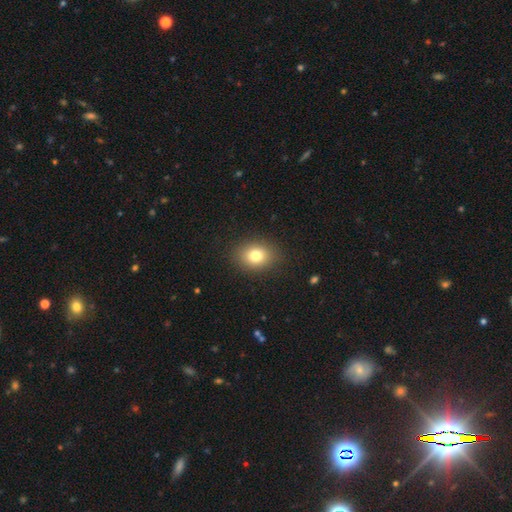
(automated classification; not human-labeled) A smooth galaxy with no disk features (79%) that is in between round and cigar-shaped (54%). Merging: none (88%).